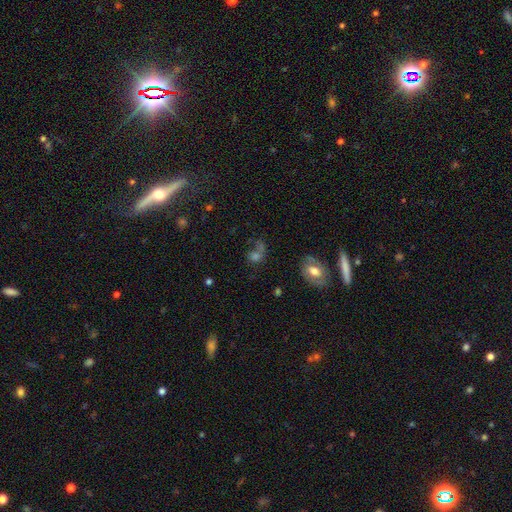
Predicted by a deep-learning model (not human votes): A smooth galaxy with no disk features (49%).

Vote fractions:
- Smooth or featured? smooth: 49% / star or artifact: 26% / featured or disk: 25%
- Merging? none: 44% / merger: 20% / major disturbance: 20% / minor disturbance: 16%